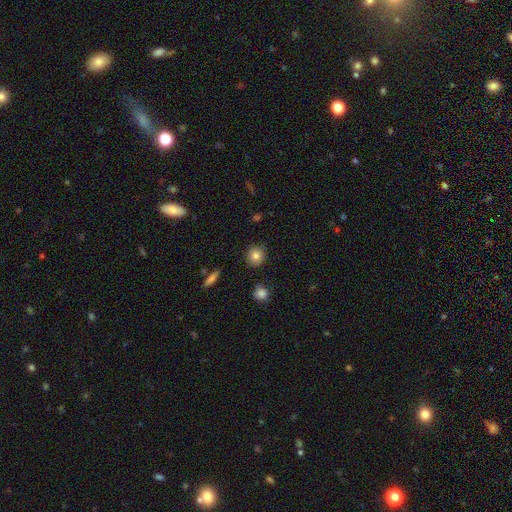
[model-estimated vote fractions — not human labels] smooth_or_featured: smooth (p=0.83) [alt: star or artifact p=0.09]
how_rounded: round (p=0.87) [alt: in between p=0.12]
merging: none (p=0.88) [alt: minor disturbance p=0.09]